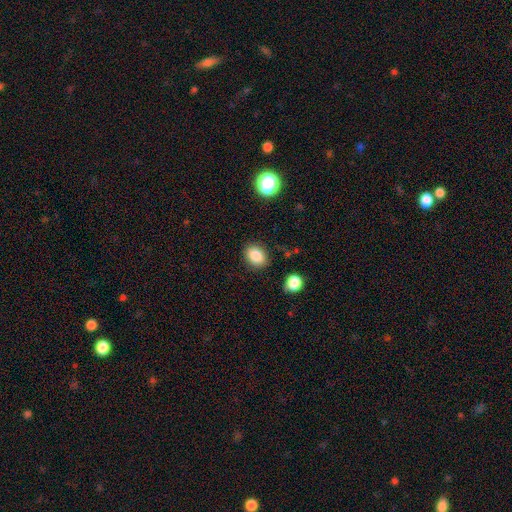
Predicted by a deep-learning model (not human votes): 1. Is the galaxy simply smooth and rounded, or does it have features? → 84% smooth, 10% star or artifact, 6% featured or disk.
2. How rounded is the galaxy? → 55% in between, 44% round, 1% cigar-shaped.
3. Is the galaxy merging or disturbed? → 85% none, 10% minor disturbance, 3% major disturbance, 2% merger.